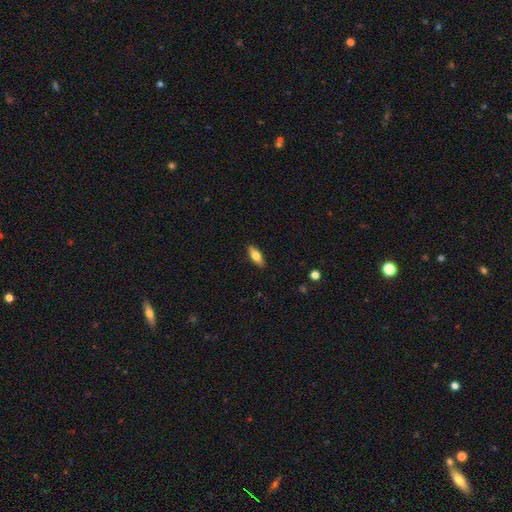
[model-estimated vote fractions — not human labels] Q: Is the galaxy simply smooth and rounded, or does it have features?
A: smooth — 63%.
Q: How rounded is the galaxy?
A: in between — 70%.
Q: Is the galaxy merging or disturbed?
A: none — 89%.